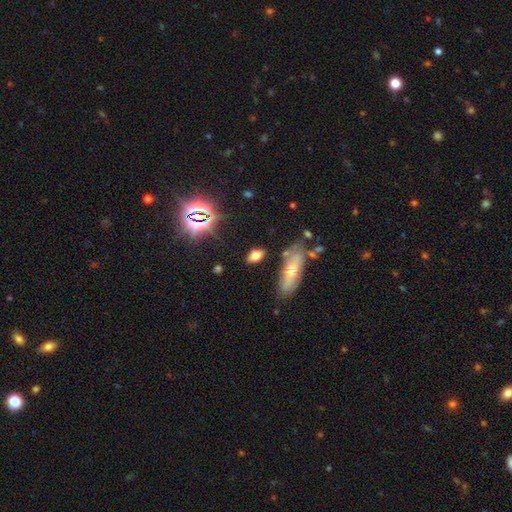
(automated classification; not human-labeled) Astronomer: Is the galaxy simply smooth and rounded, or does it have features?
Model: smooth — 68%.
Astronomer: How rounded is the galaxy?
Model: in between — 84%.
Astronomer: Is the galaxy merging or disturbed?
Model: none — 77%.